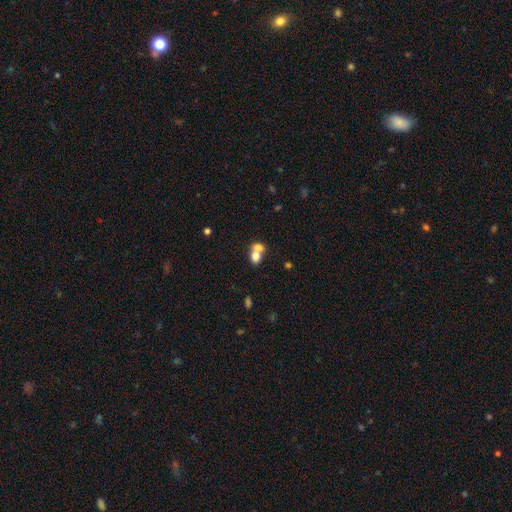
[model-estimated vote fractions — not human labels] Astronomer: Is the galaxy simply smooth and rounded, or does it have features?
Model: smooth — 74%.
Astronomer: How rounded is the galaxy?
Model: in between — 59% (runner-up: round, 39%).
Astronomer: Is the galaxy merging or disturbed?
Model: merger — 66%.